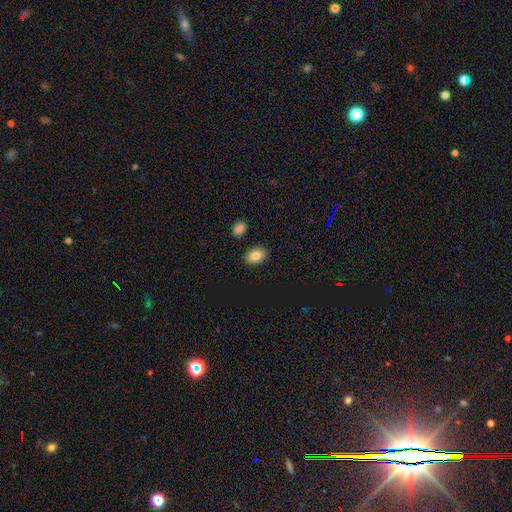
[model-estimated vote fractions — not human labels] Morphology: type=smooth (84%); roundness=in between (82%); merging=none (86%).